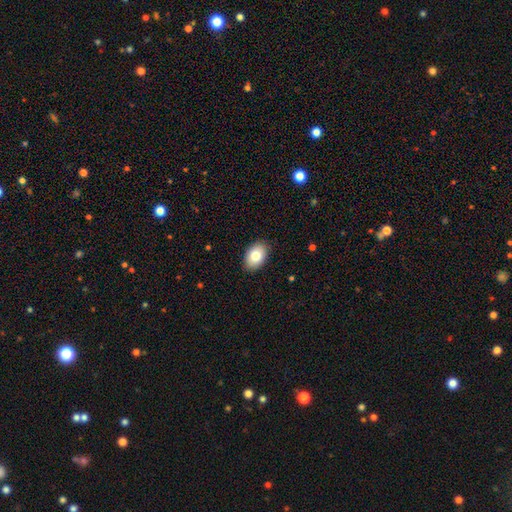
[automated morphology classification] Overall: smooth (80%). How rounded: in between (88%). Merging: none (88%).